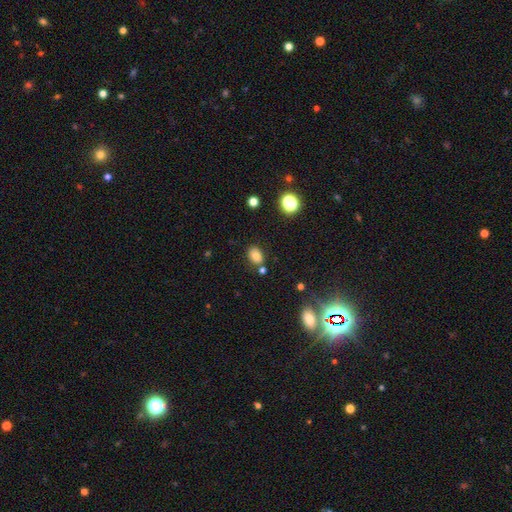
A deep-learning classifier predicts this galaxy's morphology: This appears to be a smooth galaxy with no disk features (78%) that is in between round and cigar-shaped (74%). Merging: none (75%).